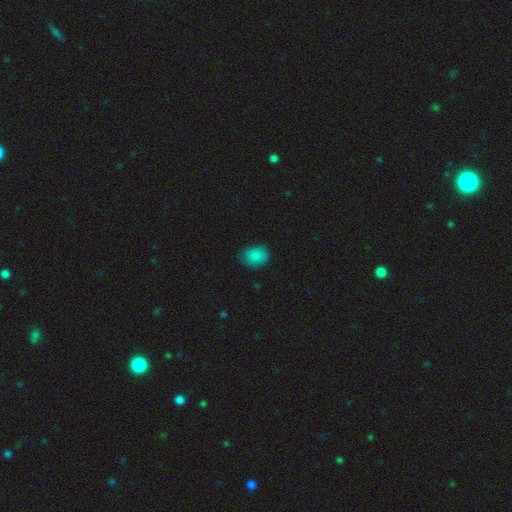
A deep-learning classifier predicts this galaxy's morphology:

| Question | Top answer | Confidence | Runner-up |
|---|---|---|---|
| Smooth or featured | smooth | 86% | star or artifact (10%) |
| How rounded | round | 56% | in between (43%) |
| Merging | none | 77% | minor disturbance (18%) |